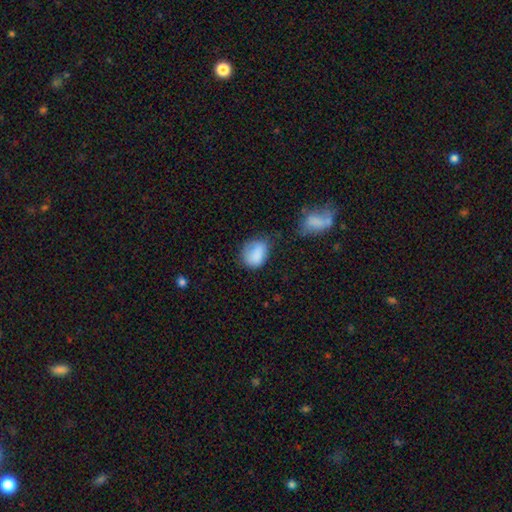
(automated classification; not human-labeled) Overall: smooth (83%). How rounded: in between (58%; round 41%). Merging: none (49%; minor disturbance 34%).